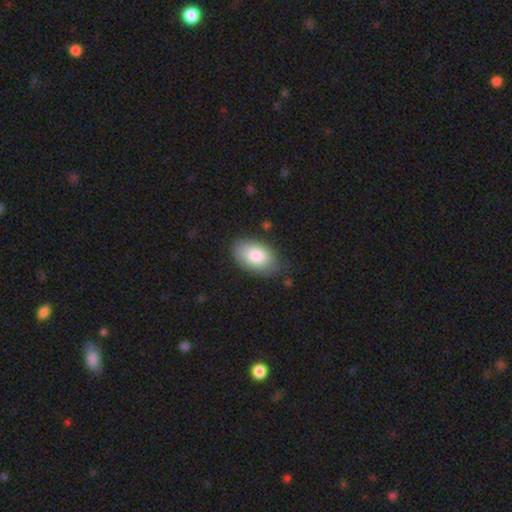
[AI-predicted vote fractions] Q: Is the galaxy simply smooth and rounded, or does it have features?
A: smooth — 83%.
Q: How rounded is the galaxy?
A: in between — 93%.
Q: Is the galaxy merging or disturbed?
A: none — 79%.